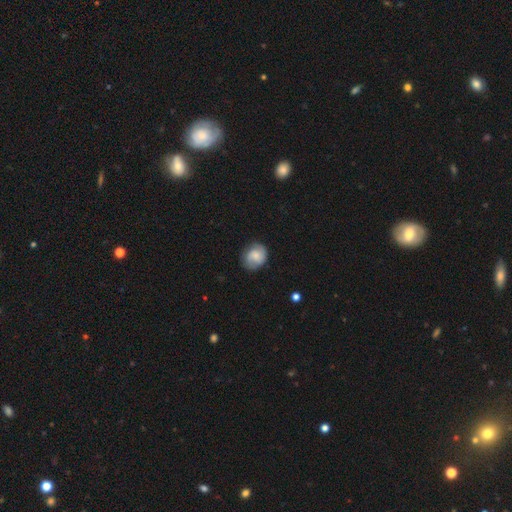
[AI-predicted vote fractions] Smooth or featured: smooth — 58% (featured or disk — 34%)
How rounded: round — 65% (in between — 34%)
Merging: none — 76% (minor disturbance — 18%)